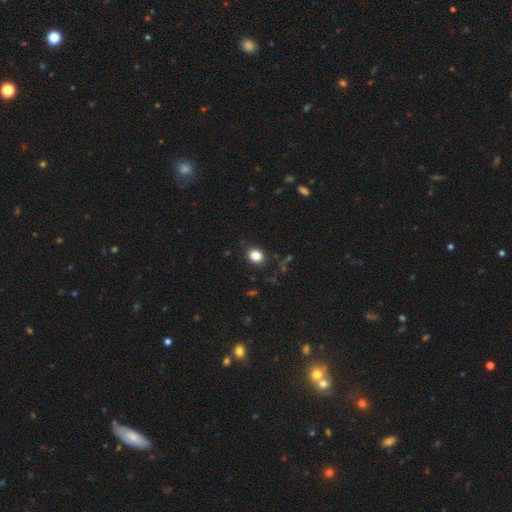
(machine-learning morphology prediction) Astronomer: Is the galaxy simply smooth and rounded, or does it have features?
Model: smooth — 84%.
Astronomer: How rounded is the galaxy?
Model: round — 66%.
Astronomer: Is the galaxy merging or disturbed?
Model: none — 85%.